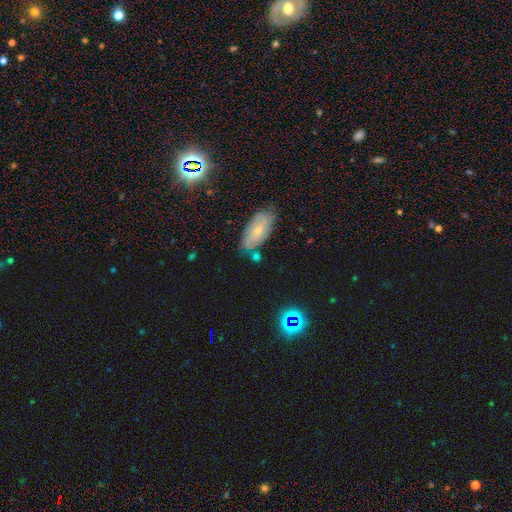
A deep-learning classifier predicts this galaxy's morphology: type=smooth (43%); merging=none (71%).